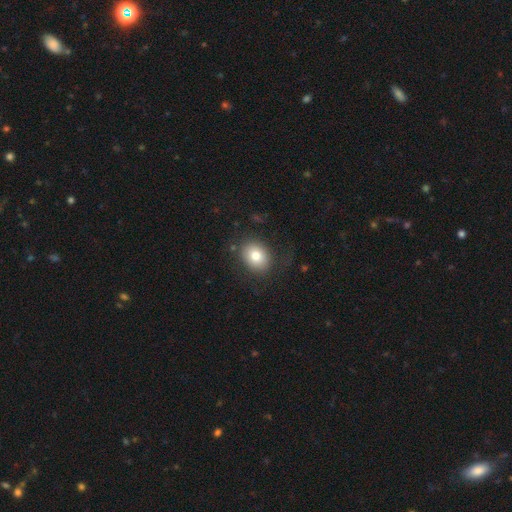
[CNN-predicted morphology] This appears to be a smooth galaxy with no disk features (78%) that is in between round and cigar-shaped (52%). Merging: none (79%).